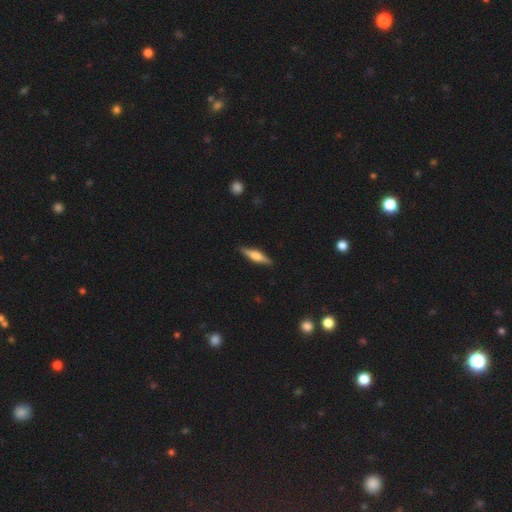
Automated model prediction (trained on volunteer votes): smooth_or_featured: featured or disk (p=0.47) [tied with: smooth p=0.47]
merging: none (p=0.89) [alt: minor disturbance p=0.08]